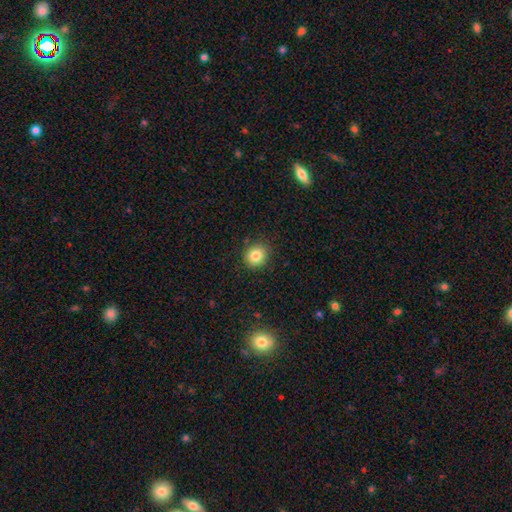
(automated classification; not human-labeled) Smooth or featured?
  - smooth: 83% *
  - star or artifact: 11%
  - featured or disk: 6%
How rounded?
  - round: 81% *
  - in between: 19%
  - cigar-shaped: 1%
Merging?
  - none: 88% *
  - minor disturbance: 9%
  - major disturbance: 2%
  - merger: 1%